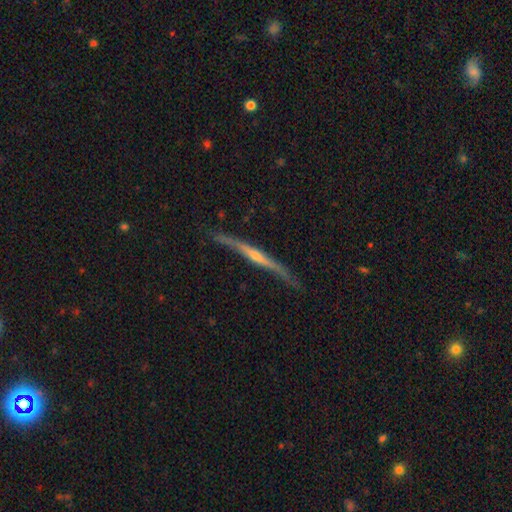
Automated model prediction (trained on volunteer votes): This appears to be a featured or disk galaxy (82%) viewed edge-on (97%) with a rounded central bulge (73%). Merging: none (83%).